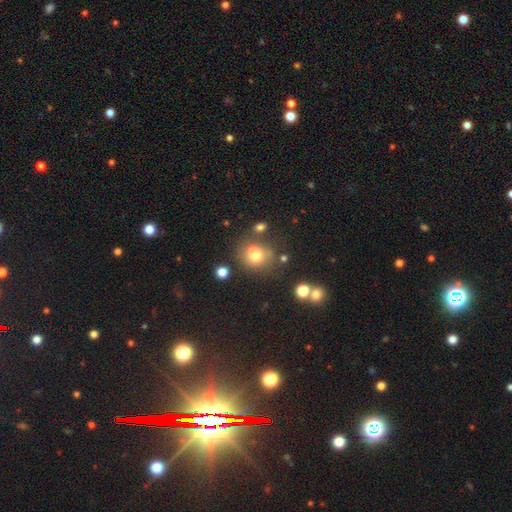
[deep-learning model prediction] The model was most divided on "merging": none: 52%, merger: 30%, minor disturbance: 12%, major disturbance: 6%. More confident: how rounded — round (77%); smooth or featured — smooth (67%).